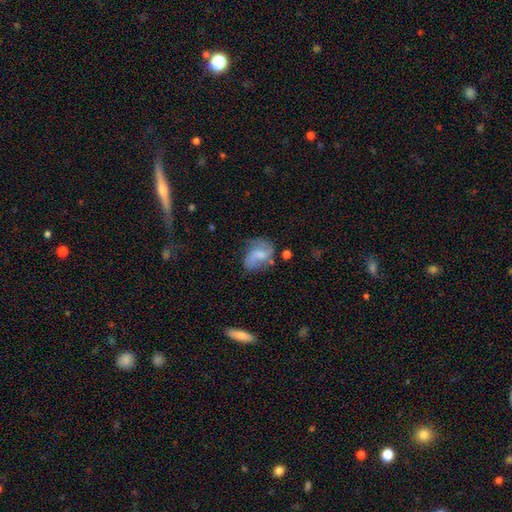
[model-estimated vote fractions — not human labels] A featured or disk galaxy (55%) with no bar (48%), spiral arms (80%) and a small central bulge (33%).

Vote fractions:
- Smooth or featured? featured or disk: 55% / smooth: 36% / star or artifact: 9%
- Edge-on disk? no: 97% / yes: 3%
- Bar? no: 48% / weak: 42% / strong: 10%
- Spiral arms? yes: 80% / no: 20%
- Bulge size? small: 33% / moderate: 30% / none: 29% / large: 6% / dominant: 2%
- Merging? none: 49% / minor disturbance: 28% / major disturbance: 17% / merger: 6%